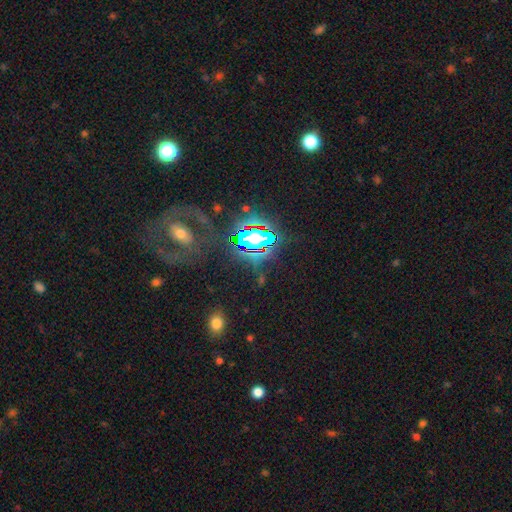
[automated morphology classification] Smooth or featured? Predicted: star or artifact (p=0.59).